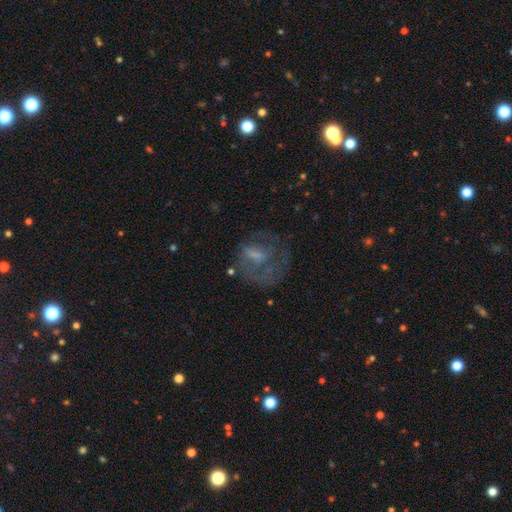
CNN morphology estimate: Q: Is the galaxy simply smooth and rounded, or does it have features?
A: featured or disk — 53%.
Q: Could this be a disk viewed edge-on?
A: no — 96%.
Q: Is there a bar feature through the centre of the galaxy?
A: no — 46%.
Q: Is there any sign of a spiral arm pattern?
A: no — 61%.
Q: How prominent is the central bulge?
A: small — 33%.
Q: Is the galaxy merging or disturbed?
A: none — 40%.